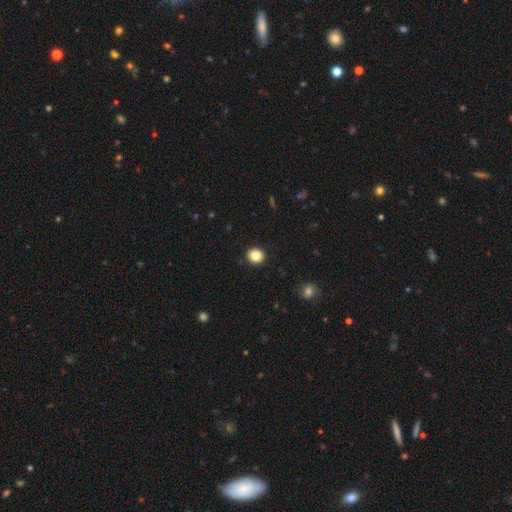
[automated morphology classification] This is clearly a smooth galaxy (85%). How rounded: likely round (80%). Merging: clearly none (93%).